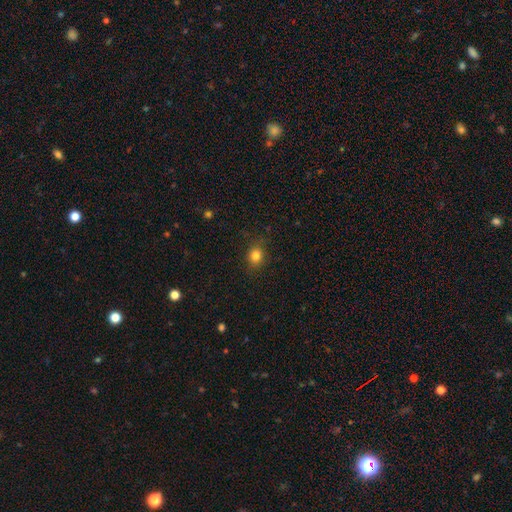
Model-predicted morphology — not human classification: smooth_or_featured: smooth (p=0.82) [alt: star or artifact p=0.12]
how_rounded: round (p=0.61) [alt: in between p=0.37]
merging: none (p=0.84) [alt: minor disturbance p=0.12]